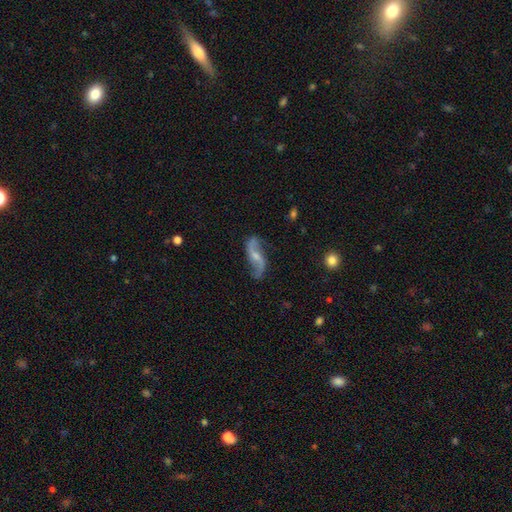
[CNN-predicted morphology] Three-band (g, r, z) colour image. It shows a featured or disk galaxy (87%) with a weak bar (42%), 2 (93%) loose (85%) spiral arms (96%) and a small central bulge (51%). Merging: none (77%).